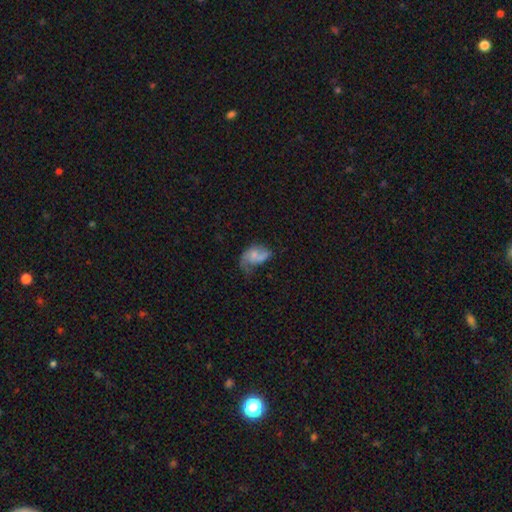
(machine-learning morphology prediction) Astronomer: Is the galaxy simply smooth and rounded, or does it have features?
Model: featured or disk — 48% (runner-up: smooth, 43%).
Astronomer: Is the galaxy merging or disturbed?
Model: major disturbance — 39% (runner-up: minor disturbance, 26%).